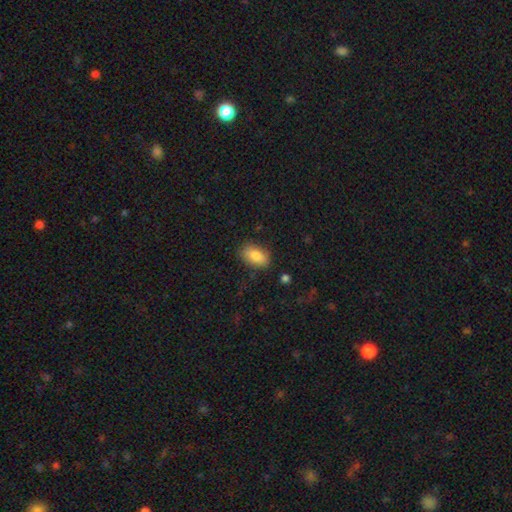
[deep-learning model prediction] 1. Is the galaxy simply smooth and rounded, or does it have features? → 85% smooth, 8% featured or disk, 7% star or artifact.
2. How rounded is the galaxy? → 91% in between, 6% round, 3% cigar-shaped.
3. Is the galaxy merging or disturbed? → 82% none, 13% minor disturbance, 3% major disturbance, 2% merger.